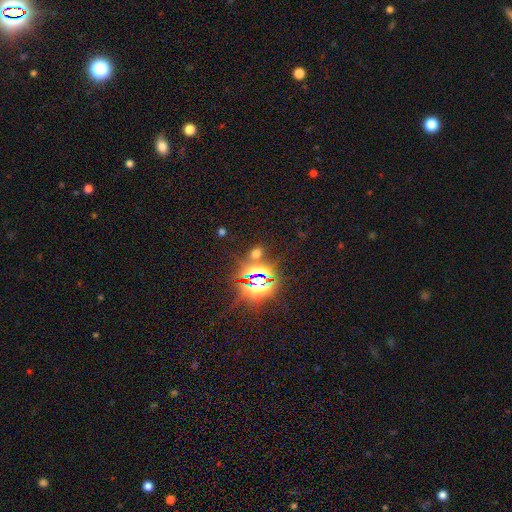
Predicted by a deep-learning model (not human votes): A star or artifact, not a galaxy (77%).